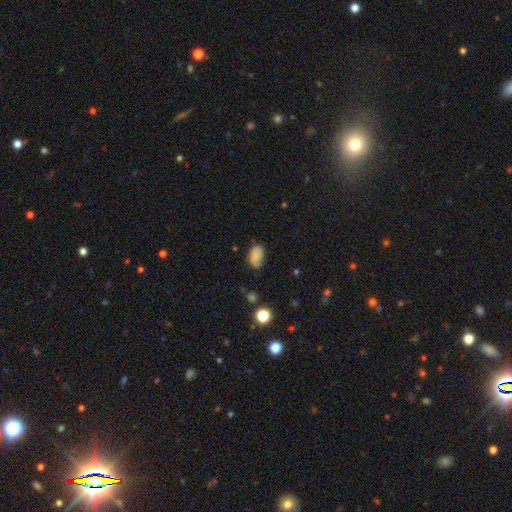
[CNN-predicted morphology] smooth_or_featured: smooth (p=0.81) [alt: star or artifact p=0.10]
how_rounded: in between (p=0.88) [alt: round p=0.10]
merging: none (p=0.65) [alt: minor disturbance p=0.26]